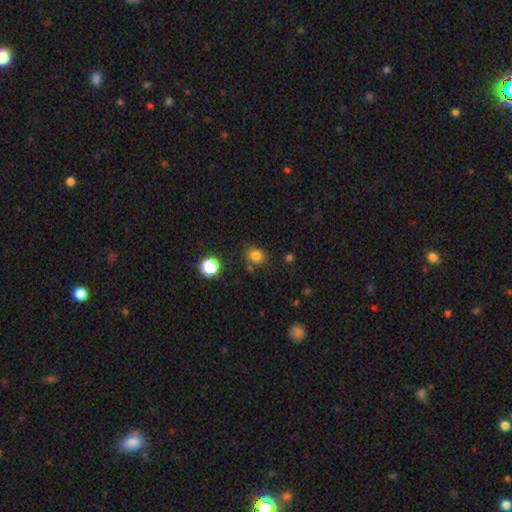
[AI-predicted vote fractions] Overall: smooth (80%). How rounded: round (60%; in between 39%). Merging: none (78%).